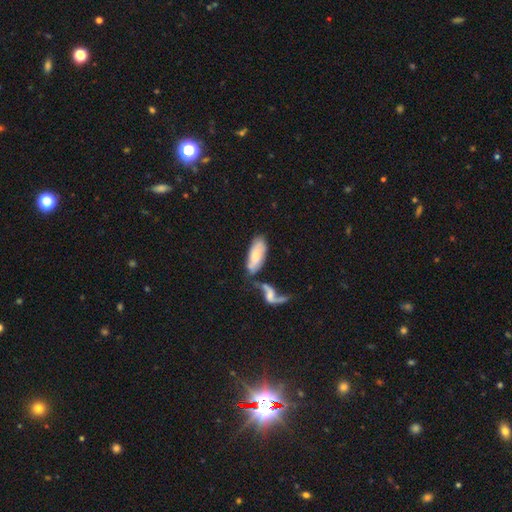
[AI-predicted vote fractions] This is likely a smooth galaxy (68%). How rounded: likely in between (77%). Merging: marginally none (42%).